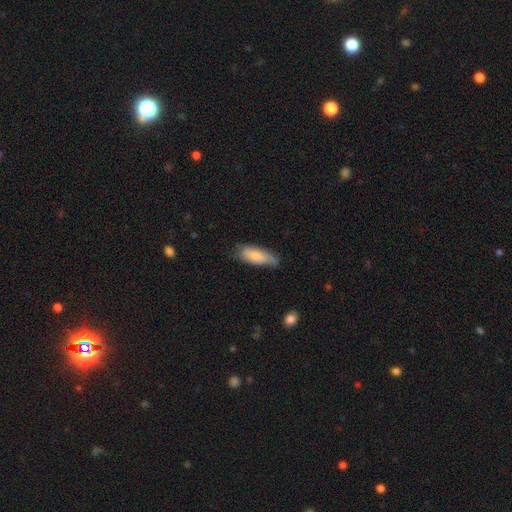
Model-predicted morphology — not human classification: Smooth or featured: smooth — 74% (featured or disk — 20%)
How rounded: in between — 73% (cigar-shaped — 25%)
Merging: none — 58% (minor disturbance — 33%)